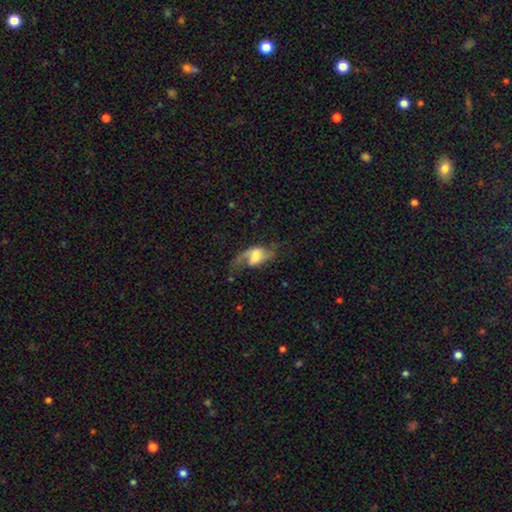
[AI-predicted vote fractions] The model was most divided on "bulge size": moderate: 29%, large: 28%, small: 20%, none: 18%, dominant: 5%. Remaining: edge-on disk — no (95%); spiral arms — yes (86%); smooth or featured — featured or disk (68%); spiral winding — loose (65%); spiral arm count — 2 (51%); bar — weak (43%); merging — major disturbance (39%).